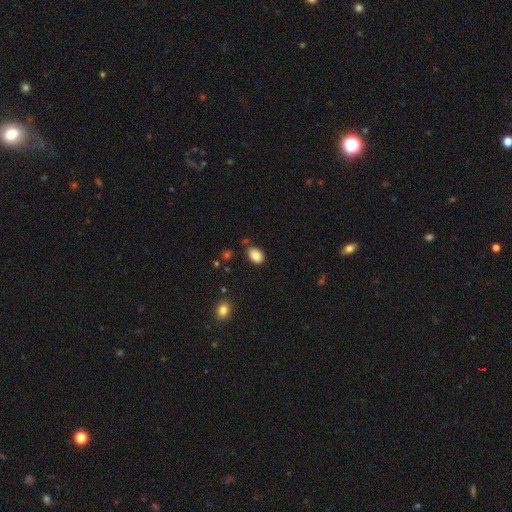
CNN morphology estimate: A smooth galaxy with no disk features (87%) that is in between round and cigar-shaped (84%).

Vote fractions:
- Smooth or featured? smooth: 87% / star or artifact: 9% / featured or disk: 4%
- How rounded? in between: 84% / round: 15% / cigar-shaped: 1%
- Merging? none: 77% / minor disturbance: 15% / merger: 4% / major disturbance: 3%